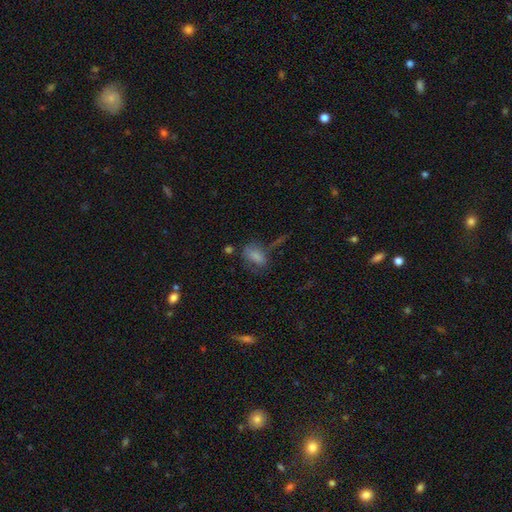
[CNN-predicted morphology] type=smooth (71%); roundness=in between (83%); merging=none (44%).